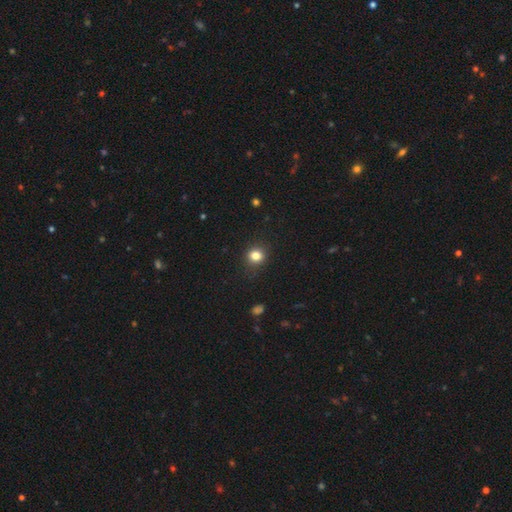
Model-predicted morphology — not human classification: smooth_or_featured: smooth (p=0.83) [alt: star or artifact p=0.12]
how_rounded: round (p=0.81) [alt: in between p=0.18]
merging: none (p=0.87) [alt: minor disturbance p=0.09]